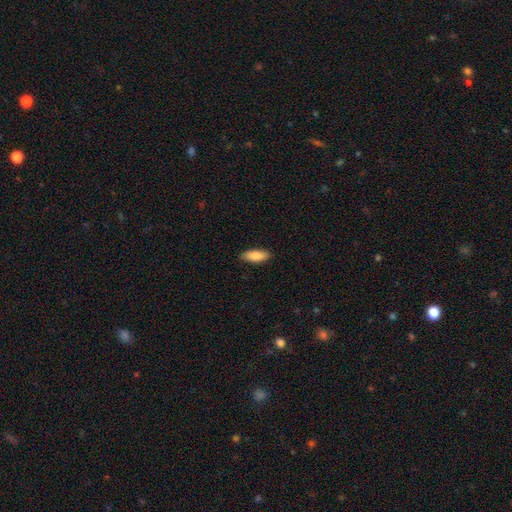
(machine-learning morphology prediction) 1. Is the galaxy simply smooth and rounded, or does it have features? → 88% smooth, 7% featured or disk, 6% star or artifact.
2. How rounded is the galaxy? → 71% in between, 27% cigar-shaped, 2% round.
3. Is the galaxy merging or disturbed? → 87% none, 10% minor disturbance, 2% major disturbance, 1% merger.